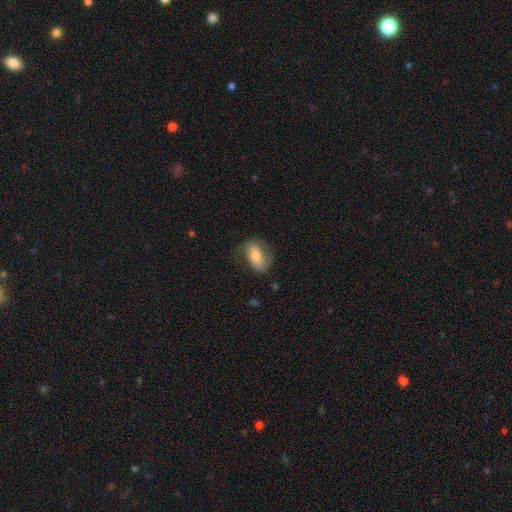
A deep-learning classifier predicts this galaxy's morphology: The model was most divided on "smooth or featured": featured or disk: 48%, smooth: 44%, star or artifact: 8%. More confident: merging — none (68%).